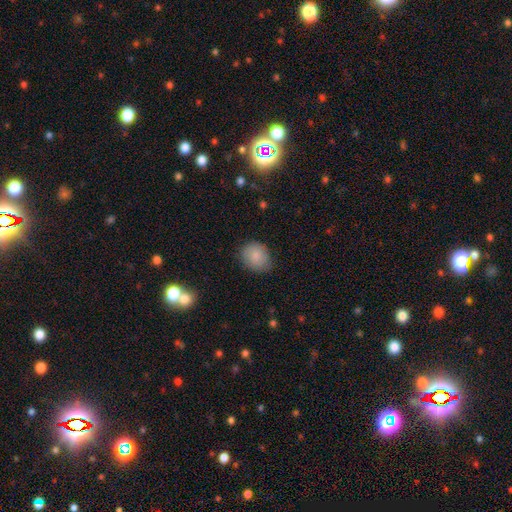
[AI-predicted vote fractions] The model was most divided on "how rounded": round: 65%, in between: 34%, cigar-shaped: 1%. More confident: smooth or featured — smooth (81%); merging — none (76%).